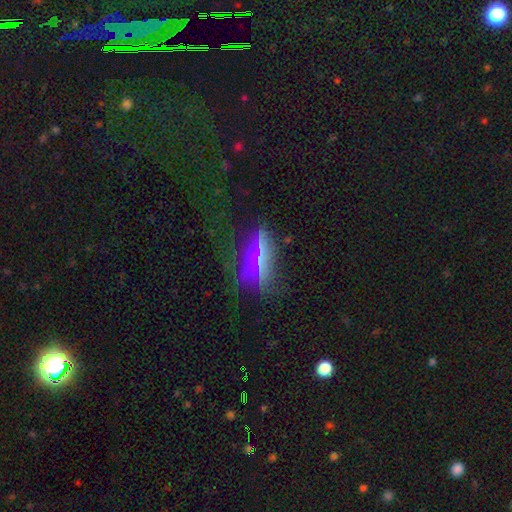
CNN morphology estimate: smooth_or_featured: star or artifact (p=0.39) [alt: smooth p=0.32]